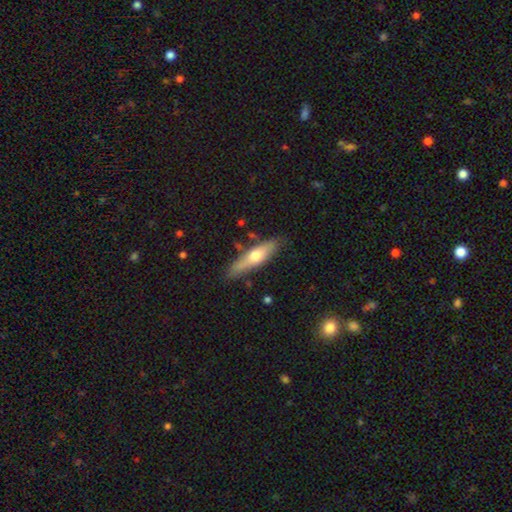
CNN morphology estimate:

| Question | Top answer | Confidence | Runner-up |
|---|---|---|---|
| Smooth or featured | smooth | 53% | featured or disk (42%) |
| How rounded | cigar-shaped | 69% | in between (29%) |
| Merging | none | 79% | minor disturbance (15%) |